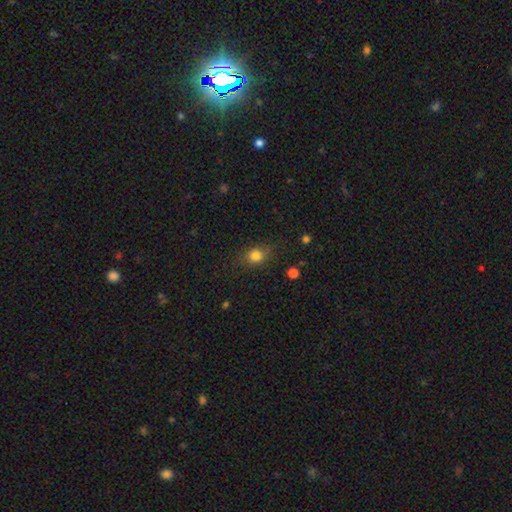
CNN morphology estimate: Smooth or featured: smooth — 81% (star or artifact — 12%)
How rounded: round — 59% (in between — 40%)
Merging: none — 77% (minor disturbance — 16%)